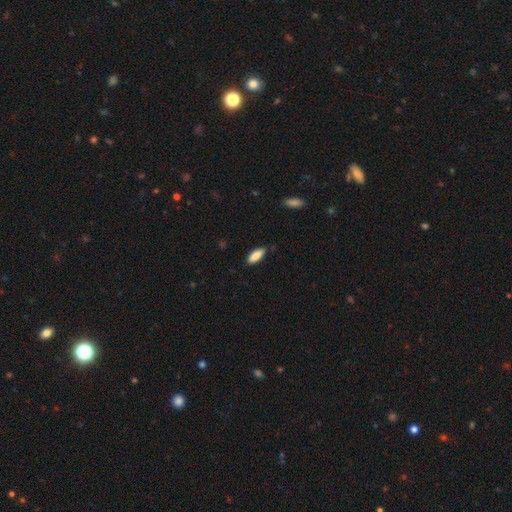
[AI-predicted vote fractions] The model was most divided on "how rounded": in between: 71%, cigar-shaped: 27%, round: 2%. More confident: smooth or featured — smooth (87%); merging — none (82%).